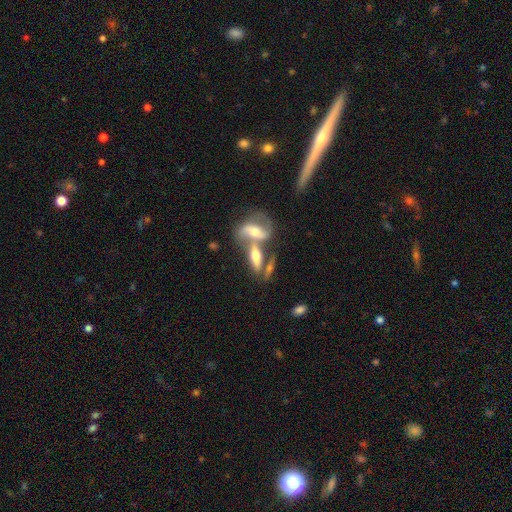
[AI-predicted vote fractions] A featured or disk galaxy (55%). Merging: merger (53%).